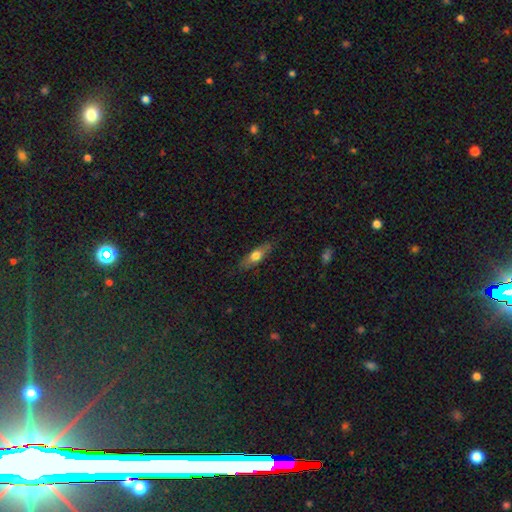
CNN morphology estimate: A smooth galaxy with no disk features (62%) that is cigar-shaped (49%).

Vote fractions:
- Smooth or featured? smooth: 62% / featured or disk: 31% / star or artifact: 7%
- How rounded? cigar-shaped: 49% / in between: 48% / round: 3%
- Merging? none: 84% / minor disturbance: 12% / major disturbance: 3% / merger: 1%